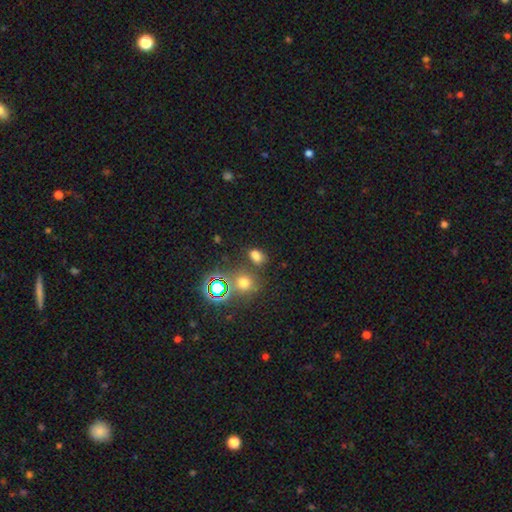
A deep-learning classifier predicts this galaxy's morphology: Smooth or featured? Predicted: smooth (p=0.65). How rounded? Predicted: in between (p=0.71). Merging? Predicted: none (p=0.64).